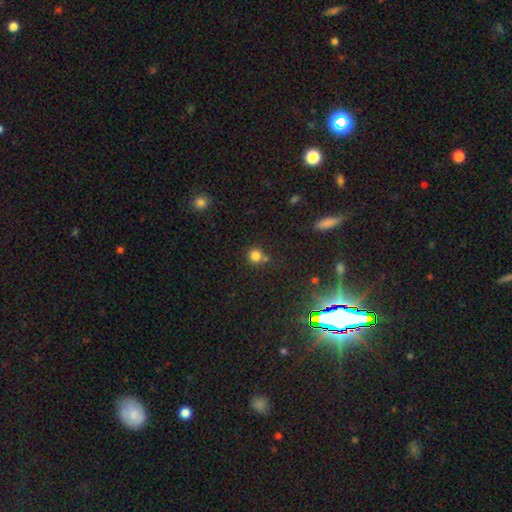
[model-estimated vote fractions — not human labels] smooth-or-featured: smooth: 79% | star or artifact: 15% | featured or disk: 5%
  how-rounded: round: 90% | in between: 9% | cigar-shaped: 1%
  merging: none: 66% | merger: 18% | minor disturbance: 12% | major disturbance: 4%